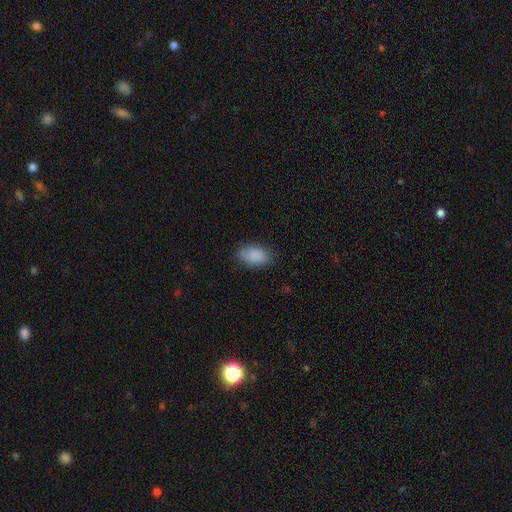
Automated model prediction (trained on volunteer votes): Q: Smooth or featured?
A: smooth (89%); runner-up: star or artifact (7%)
Q: How rounded?
A: in between (92%); runner-up: round (6%)
Q: Merging?
A: none (81%); runner-up: minor disturbance (14%)